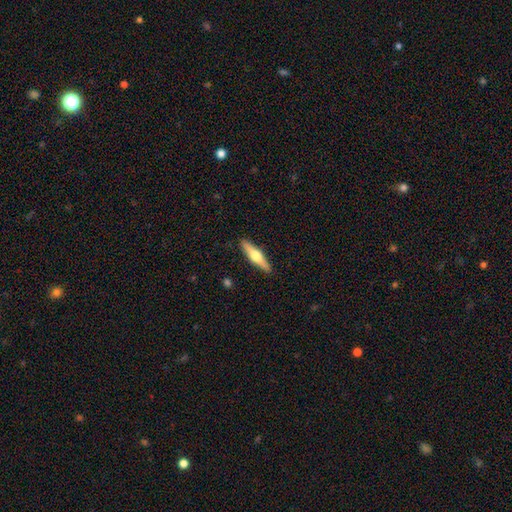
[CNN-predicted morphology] Smooth or featured? Predicted: featured or disk (p=0.52). Edge-on disk? Predicted: yes (p=0.95). Merging? Predicted: none (p=0.90).